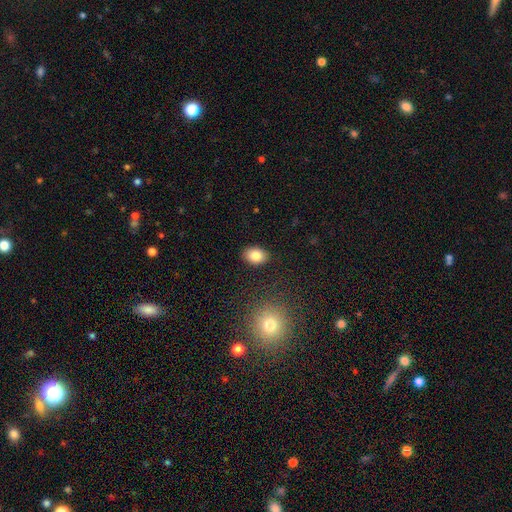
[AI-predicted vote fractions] smooth-or-featured: smooth: 83% | star or artifact: 9% | featured or disk: 8%
  how-rounded: in between: 75% | round: 24% | cigar-shaped: 1%
  merging: none: 88% | minor disturbance: 8% | major disturbance: 2% | merger: 1%